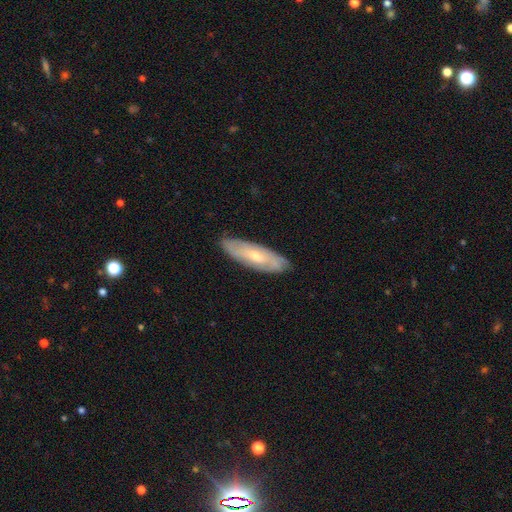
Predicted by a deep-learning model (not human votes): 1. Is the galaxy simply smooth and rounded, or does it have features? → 54% featured or disk, 40% smooth, 6% star or artifact.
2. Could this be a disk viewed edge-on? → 71% no, 29% yes.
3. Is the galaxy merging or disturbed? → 84% none, 13% minor disturbance, 2% major disturbance, 1% merger.